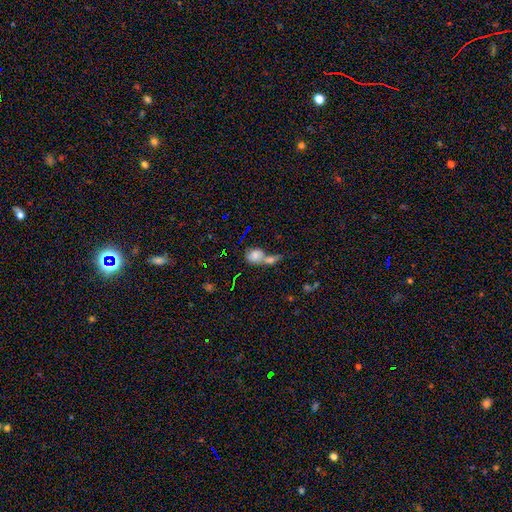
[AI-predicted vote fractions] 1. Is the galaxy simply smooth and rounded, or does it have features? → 73% smooth, 15% featured or disk, 12% star or artifact.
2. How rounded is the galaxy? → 50% round, 47% in between, 4% cigar-shaped.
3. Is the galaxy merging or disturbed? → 61% merger, 24% none, 8% minor disturbance, 6% major disturbance.